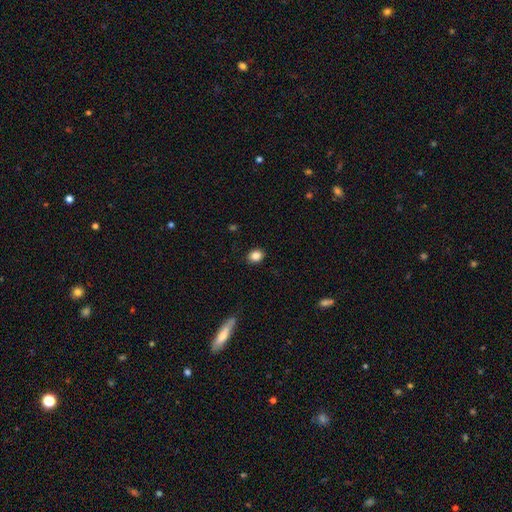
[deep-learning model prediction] A smooth galaxy with no disk features (86%) that is round (53%).

Vote fractions:
- Smooth or featured? smooth: 86% / star or artifact: 10% / featured or disk: 4%
- How rounded? round: 53% / in between: 46% / cigar-shaped: 1%
- Merging? none: 89% / minor disturbance: 8% / major disturbance: 2% / merger: 1%